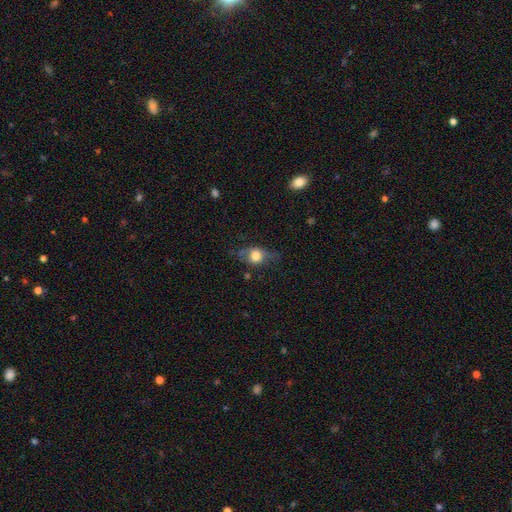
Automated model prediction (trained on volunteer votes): This appears to be a smooth galaxy with no disk features (64%) that is in between round and cigar-shaped (50%). Merging: none (59%).